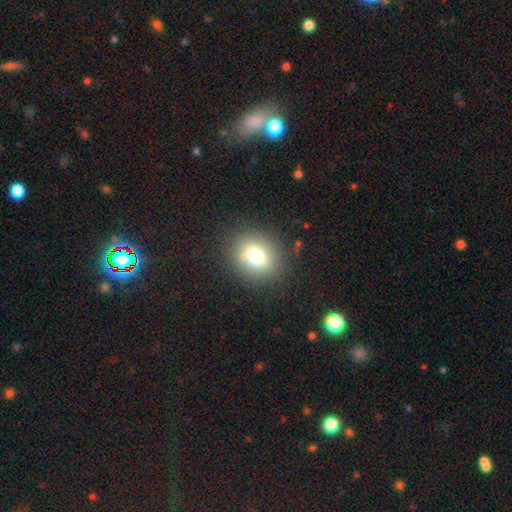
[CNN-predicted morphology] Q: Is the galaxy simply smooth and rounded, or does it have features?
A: smooth — 73%.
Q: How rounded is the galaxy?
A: round — 59%.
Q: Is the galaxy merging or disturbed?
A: none — 81%.